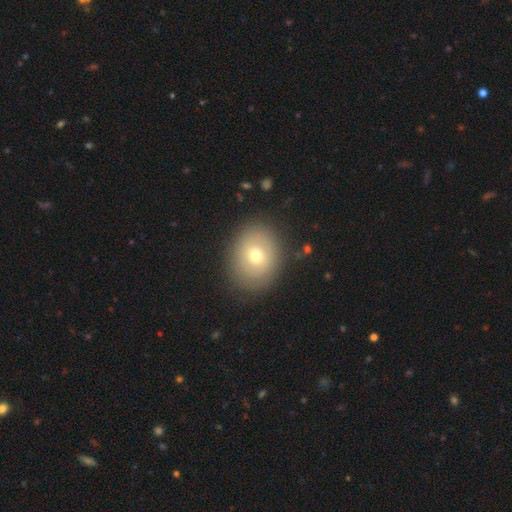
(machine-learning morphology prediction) This appears to be a smooth galaxy with no disk features (67%) that is round (55%). Merging: none (84%).